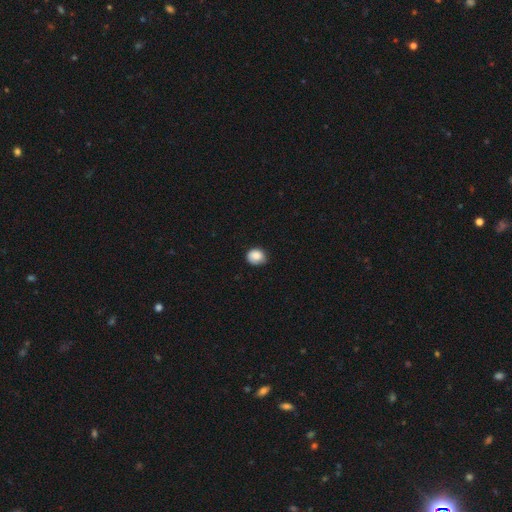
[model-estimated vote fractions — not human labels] smooth-or-featured: smooth: 86% | star or artifact: 8% | featured or disk: 6%
  how-rounded: round: 68% | in between: 31% | cigar-shaped: 1%
  merging: none: 71% | minor disturbance: 24% | major disturbance: 4% | merger: 1%